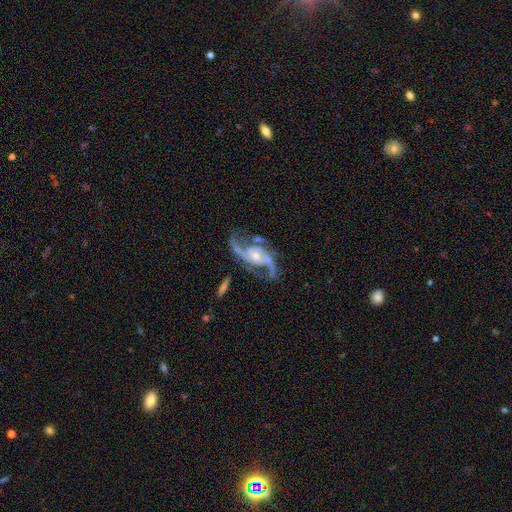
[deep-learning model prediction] This appears to be a featured or disk galaxy (91%) with no bar (59%), 2 (79%) medium (47%) spiral arms (98%) and a small central bulge (49%). Merging: none (63%).